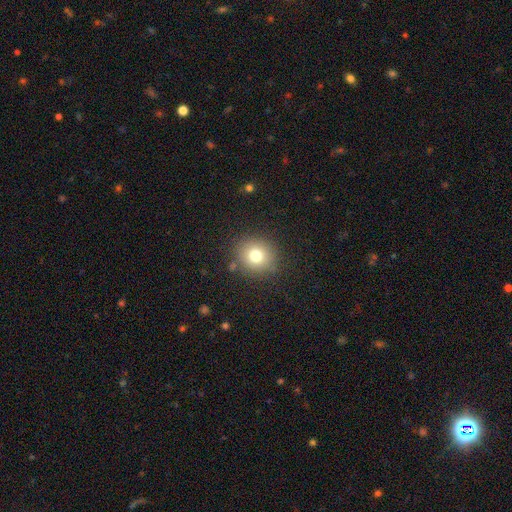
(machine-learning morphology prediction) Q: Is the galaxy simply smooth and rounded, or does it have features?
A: smooth — 76%.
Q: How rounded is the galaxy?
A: round — 86%.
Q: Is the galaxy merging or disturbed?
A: none — 86%.